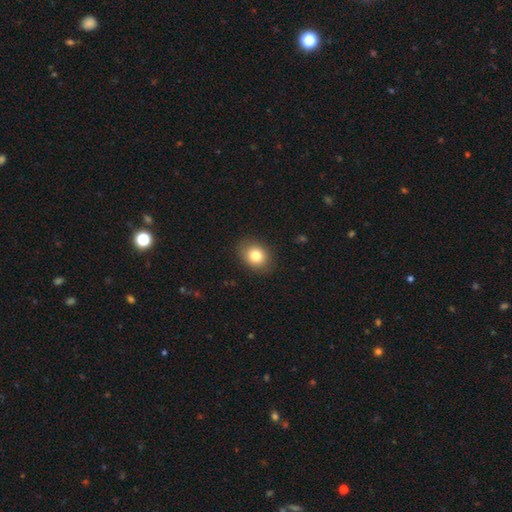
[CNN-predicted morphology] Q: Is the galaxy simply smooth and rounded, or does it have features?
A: smooth — 81%.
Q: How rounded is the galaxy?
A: round — 51%.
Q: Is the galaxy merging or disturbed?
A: none — 86%.